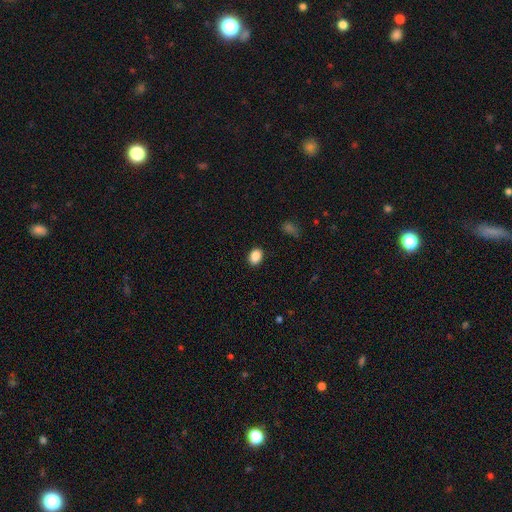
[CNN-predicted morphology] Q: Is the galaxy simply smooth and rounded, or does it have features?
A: smooth — 87%.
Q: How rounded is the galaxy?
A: in between — 68%.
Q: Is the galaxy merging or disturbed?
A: none — 89%.